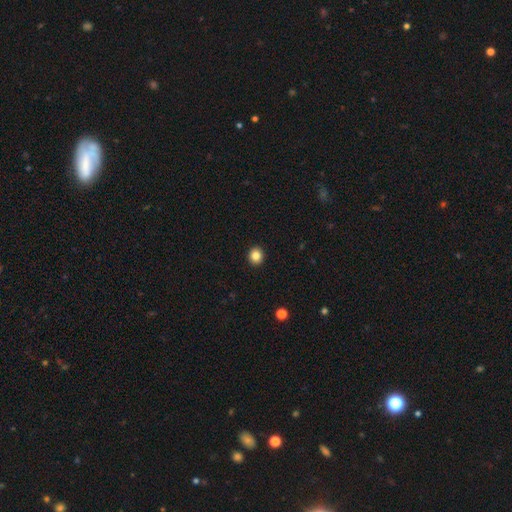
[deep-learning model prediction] This appears to be a smooth galaxy with no disk features (85%) that is round (77%). Merging: none (93%).